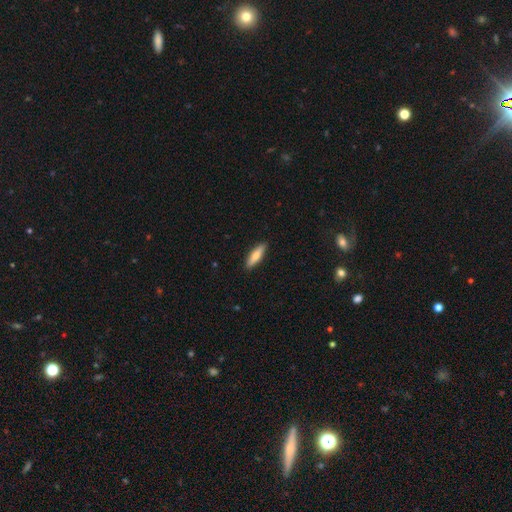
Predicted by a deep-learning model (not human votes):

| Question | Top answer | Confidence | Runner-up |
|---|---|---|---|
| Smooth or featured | smooth | 76% | featured or disk (19%) |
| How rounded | cigar-shaped | 67% | in between (32%) |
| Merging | none | 90% | minor disturbance (8%) |